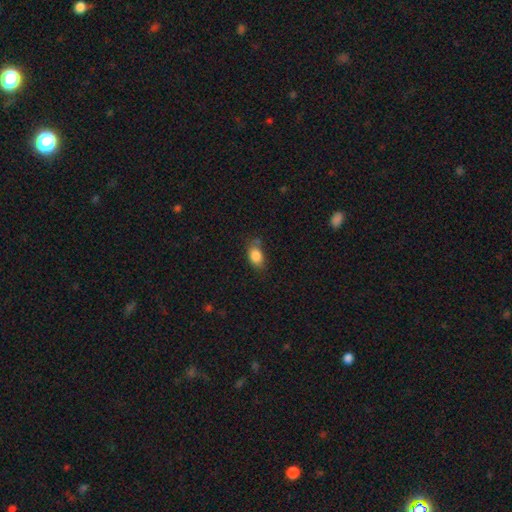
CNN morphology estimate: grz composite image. It shows a smooth galaxy with no disk features (86%) that is in between round and cigar-shaped (83%). Merging: none (65%).